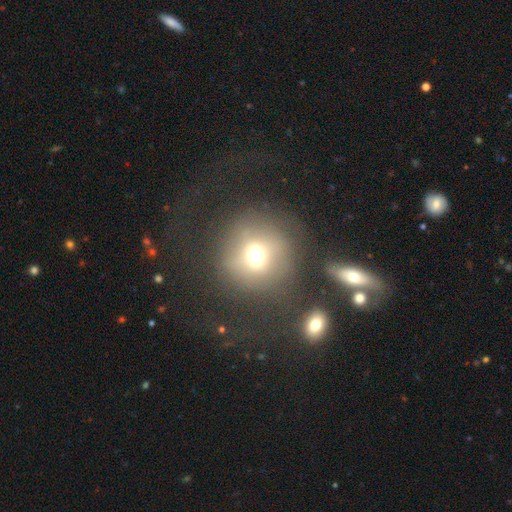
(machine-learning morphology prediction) Smooth or featured?
  - smooth: 64% *
  - star or artifact: 19%
  - featured or disk: 16%
How rounded?
  - round: 91% *
  - in between: 8%
  - cigar-shaped: 1%
Merging?
  - none: 70% *
  - minor disturbance: 14%
  - major disturbance: 11%
  - merger: 5%